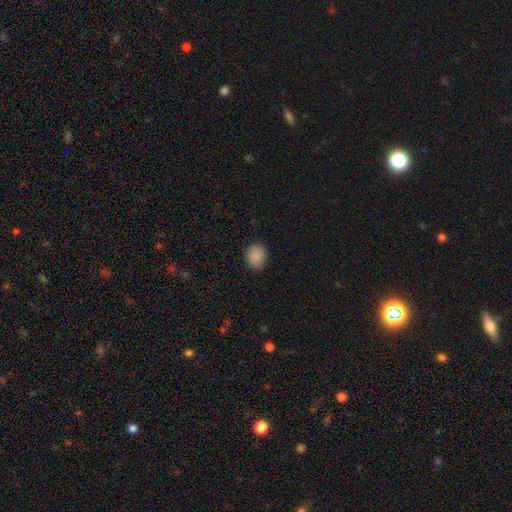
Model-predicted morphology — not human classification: This is clearly a smooth galaxy (88%). How rounded: likely round (64%). Merging: clearly none (84%).